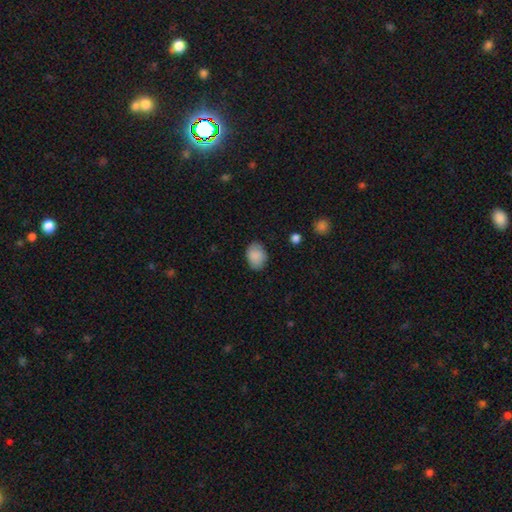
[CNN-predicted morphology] Smooth or featured? Predicted: smooth (p=0.87). How rounded? Predicted: in between (p=0.71). Merging? Predicted: none (p=0.78).